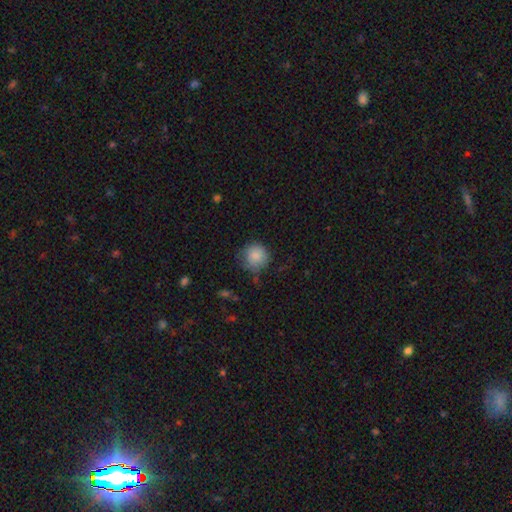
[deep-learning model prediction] smooth-or-featured: smooth: 86% | star or artifact: 8% | featured or disk: 6%
  how-rounded: round: 91% | in between: 8% | cigar-shaped: 1%
  merging: none: 68% | minor disturbance: 24% | major disturbance: 6% | merger: 2%